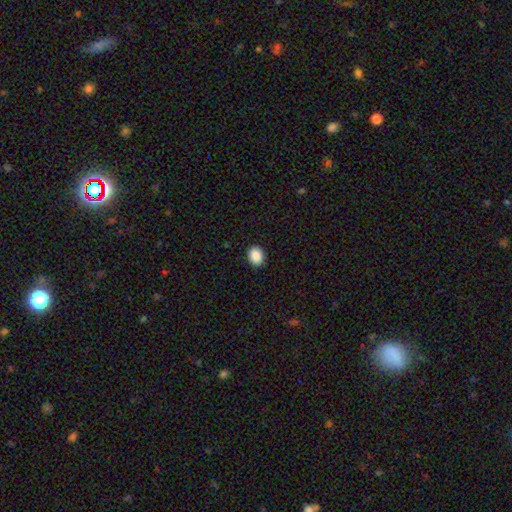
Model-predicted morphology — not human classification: Smooth or featured?
  - smooth: 90% *
  - star or artifact: 8%
  - featured or disk: 3%
How rounded?
  - in between: 56% *
  - round: 43%
  - cigar-shaped: 1%
Merging?
  - none: 90% *
  - minor disturbance: 7%
  - major disturbance: 2%
  - merger: 1%